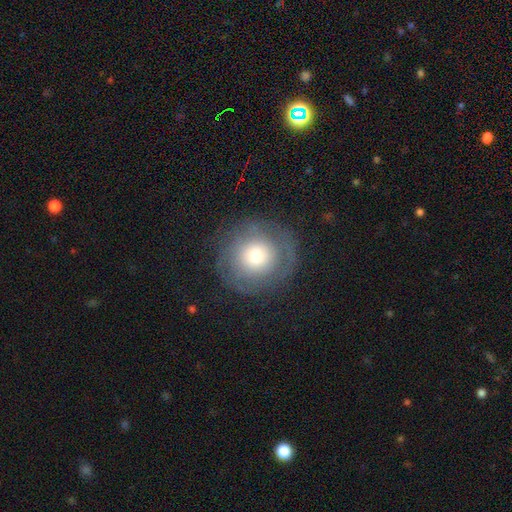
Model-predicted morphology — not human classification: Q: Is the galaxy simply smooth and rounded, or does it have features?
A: smooth — 53%.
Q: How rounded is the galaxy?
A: round — 91%.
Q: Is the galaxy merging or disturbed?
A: none — 77%.